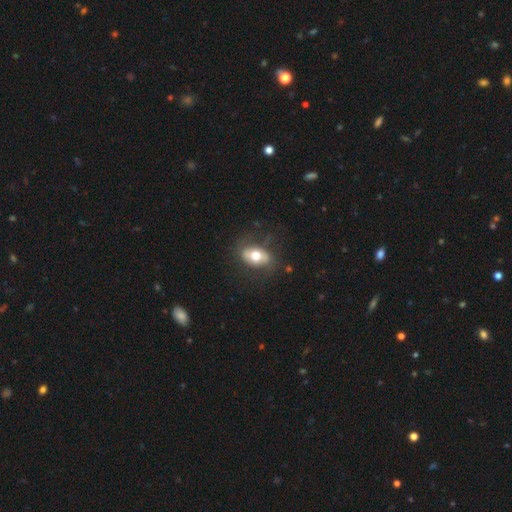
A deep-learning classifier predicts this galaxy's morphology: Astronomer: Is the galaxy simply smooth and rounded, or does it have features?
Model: smooth — 55% (runner-up: featured or disk, 37%).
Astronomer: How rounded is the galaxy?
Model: in between — 82%.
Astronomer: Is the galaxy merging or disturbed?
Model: none — 71%.